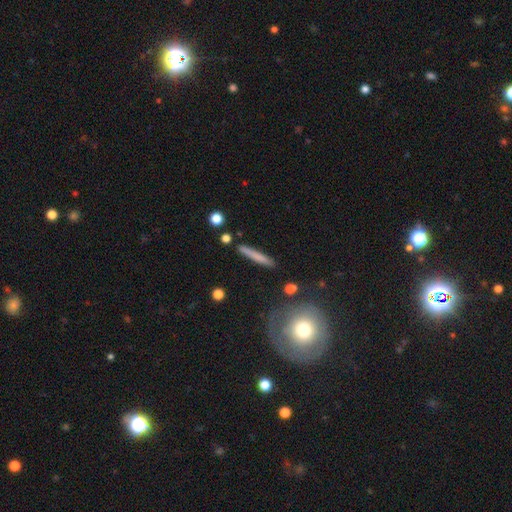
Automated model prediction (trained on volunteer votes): A smooth galaxy with no disk features (67%) that is cigar-shaped (94%). Merging: none (86%).